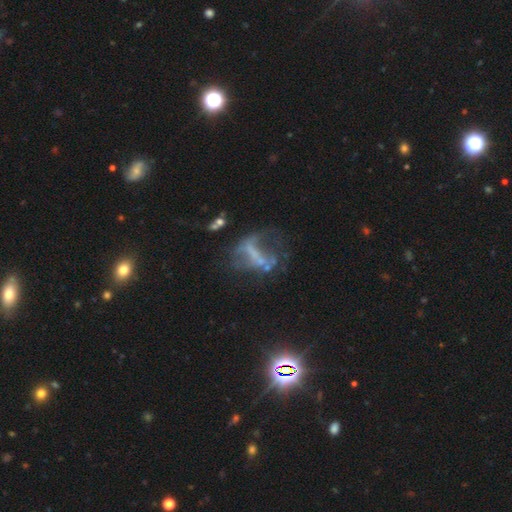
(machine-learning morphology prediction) Overall: featured or disk (57%; star or artifact 24%). Edge-on disk: no (93%). Bar: no (55%; strong 23%). Spiral arms: no (73%). Bulge size: none (69%). Merging: major disturbance (39%; none 34%).